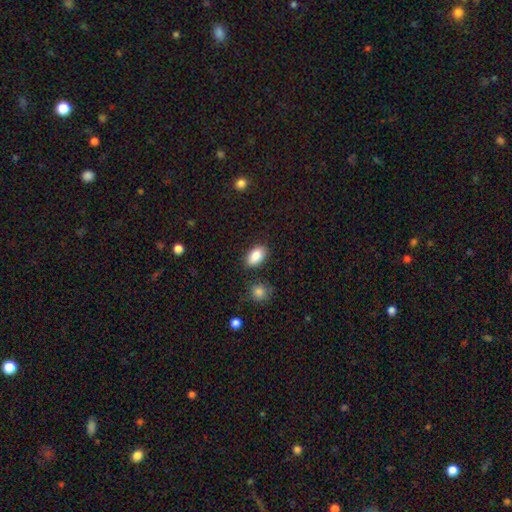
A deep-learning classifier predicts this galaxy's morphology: The model was most divided on "merging": none: 82%, minor disturbance: 11%, merger: 3%, major disturbance: 3%. More confident: how rounded — in between (90%); smooth or featured — smooth (88%).